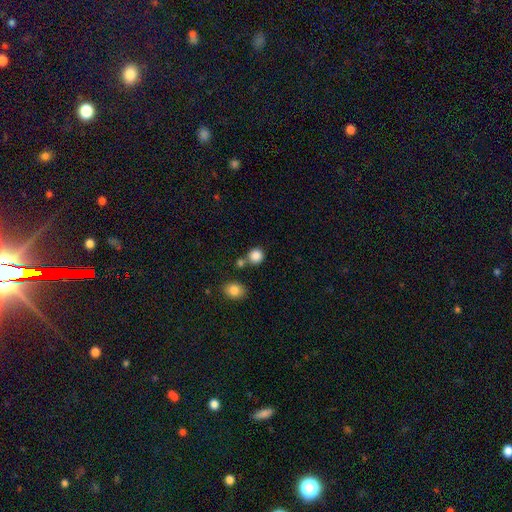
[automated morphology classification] A smooth galaxy with no disk features (86%) that is round (89%).

Vote fractions:
- Smooth or featured? smooth: 86% / star or artifact: 10% / featured or disk: 4%
- How rounded? round: 89% / in between: 10% / cigar-shaped: 1%
- Merging? none: 72% / merger: 15% / minor disturbance: 10% / major disturbance: 3%